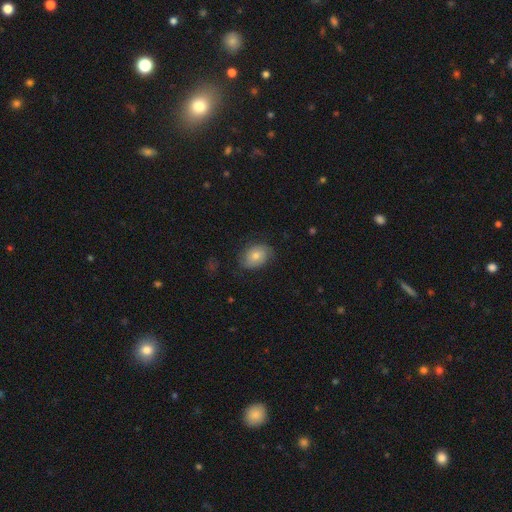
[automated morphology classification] Smooth or featured? smooth (52%)
How rounded? in between (71%)
Merging? none (71%)